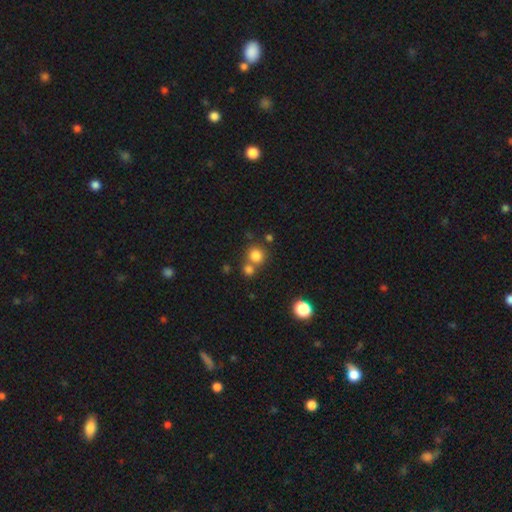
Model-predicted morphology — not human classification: Q: Smooth or featured?
A: smooth (80%); runner-up: star or artifact (13%)
Q: How rounded?
A: round (90%); runner-up: in between (10%)
Q: Merging?
A: none (62%); runner-up: merger (28%)